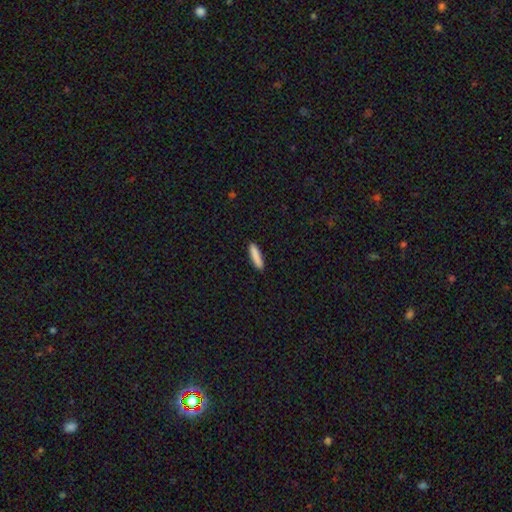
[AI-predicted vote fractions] Smooth or featured?
  - smooth: 88% *
  - featured or disk: 6%
  - star or artifact: 6%
How rounded?
  - cigar-shaped: 84% *
  - in between: 15%
  - round: 1%
Merging?
  - none: 91% *
  - minor disturbance: 6%
  - major disturbance: 1%
  - merger: 1%